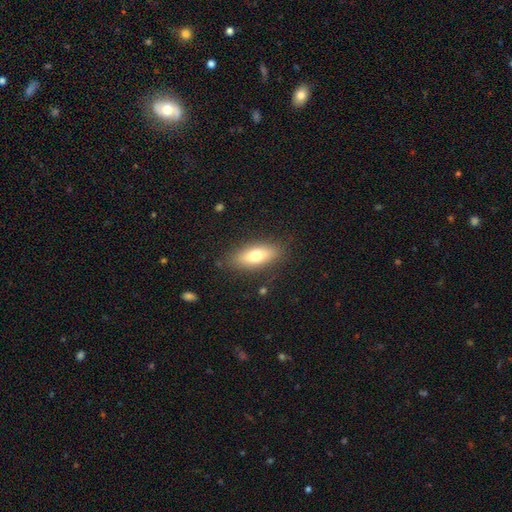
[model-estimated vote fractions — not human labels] The model was most divided on "smooth or featured": smooth: 72%, featured or disk: 20%, star or artifact: 8%. More confident: merging — none (84%); how rounded — in between (77%).